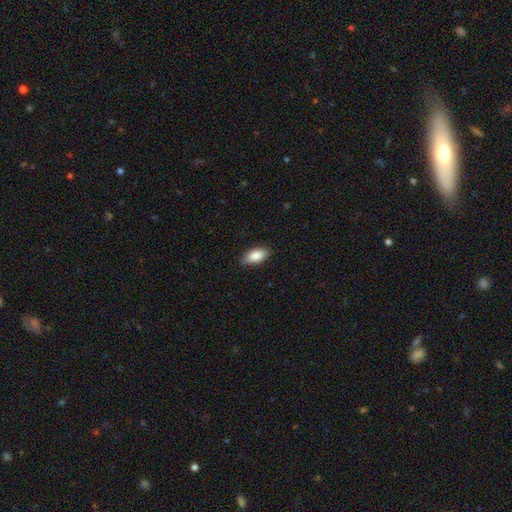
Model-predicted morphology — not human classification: smooth_or_featured: smooth (p=0.86) [alt: featured or disk p=0.07]
how_rounded: in between (p=0.91) [alt: cigar-shaped p=0.06]
merging: none (p=0.85) [alt: minor disturbance p=0.12]